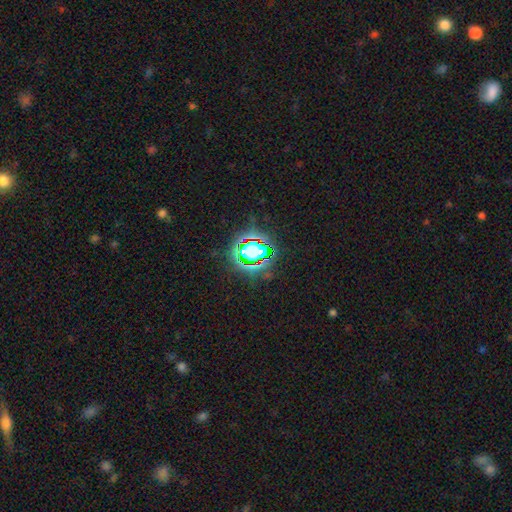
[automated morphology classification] This is likely a star or artifact rather than a galaxy (78%).